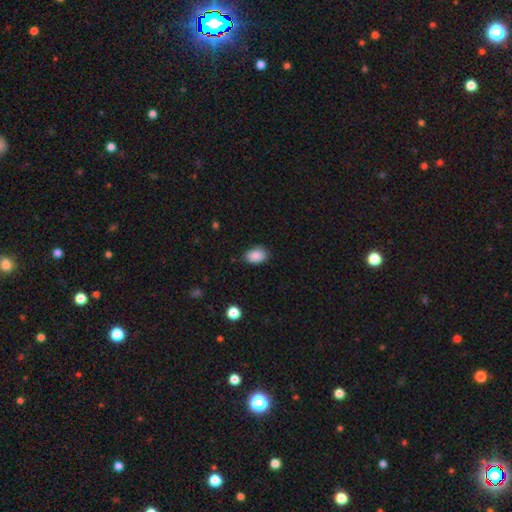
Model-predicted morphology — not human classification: type=smooth (88%); roundness=in between (85%); merging=none (79%).